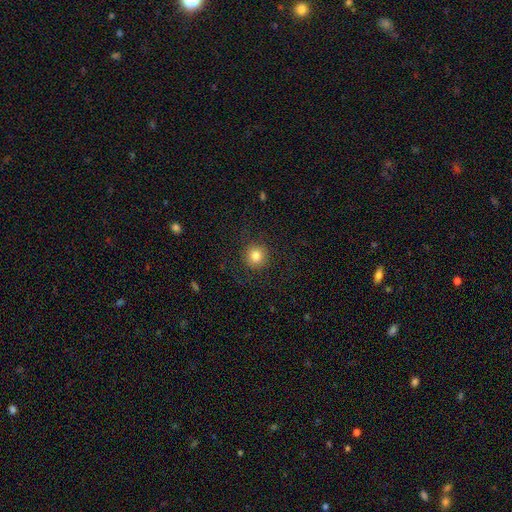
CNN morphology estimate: Smooth or featured? smooth (83%)
How rounded? round (94%)
Merging? none (88%)